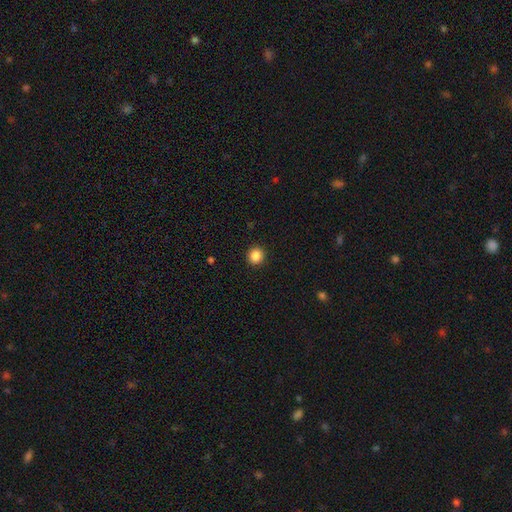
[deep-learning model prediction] Smooth or featured: smooth — 87% (star or artifact — 10%)
How rounded: round — 86% (in between — 13%)
Merging: none — 92% (minor disturbance — 5%)